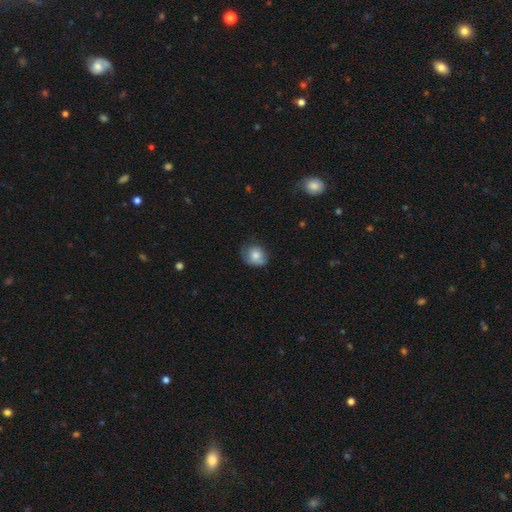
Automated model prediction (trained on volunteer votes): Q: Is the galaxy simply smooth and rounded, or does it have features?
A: smooth — 74%.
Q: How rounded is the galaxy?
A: round — 67%.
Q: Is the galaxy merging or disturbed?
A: none — 55%.